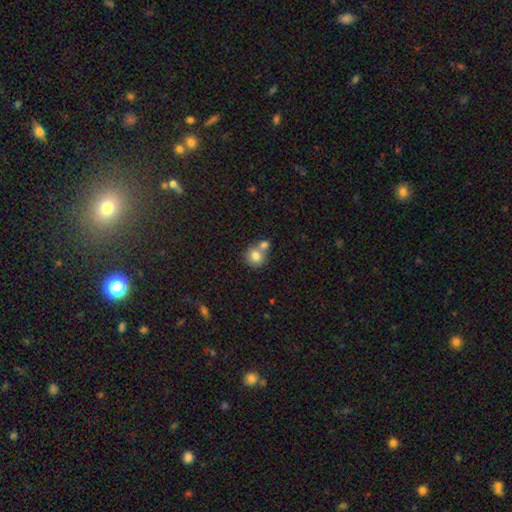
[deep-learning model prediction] Smooth or featured? smooth (80%)
How rounded? round (86%)
Merging? none (48%)